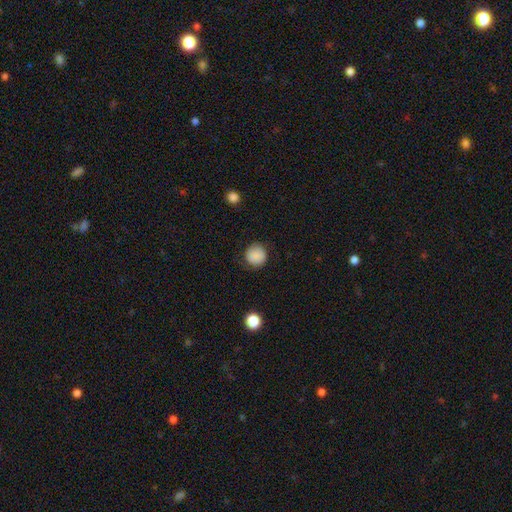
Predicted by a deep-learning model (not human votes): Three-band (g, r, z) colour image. It shows a smooth galaxy with no disk features (86%) that is round (93%). Merging: none (84%).